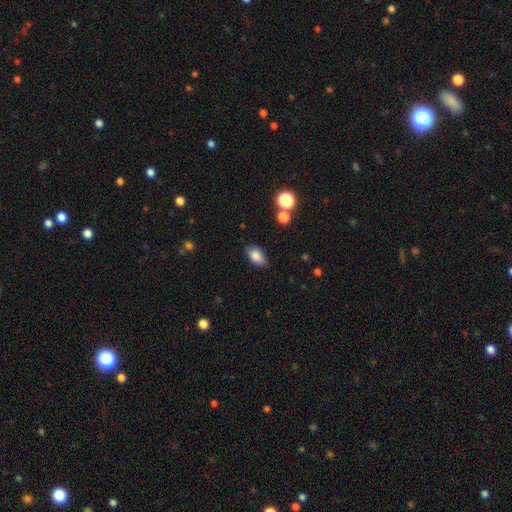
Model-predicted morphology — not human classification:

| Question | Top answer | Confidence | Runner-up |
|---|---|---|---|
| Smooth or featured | smooth | 85% | star or artifact (9%) |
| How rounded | in between | 89% | round (9%) |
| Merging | none | 82% | minor disturbance (13%) |